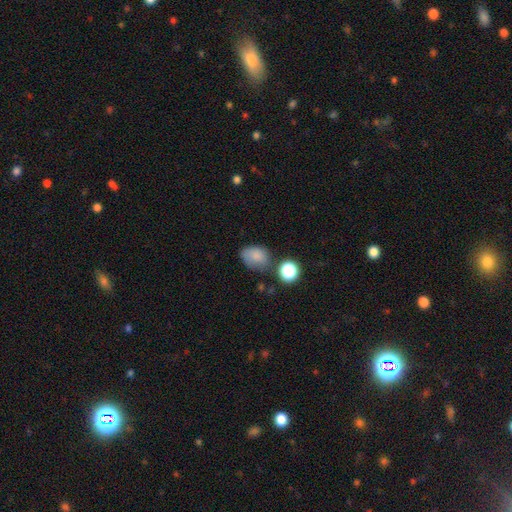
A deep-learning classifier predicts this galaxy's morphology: type=smooth (80%); roundness=in between (66%); merging=none (55%).